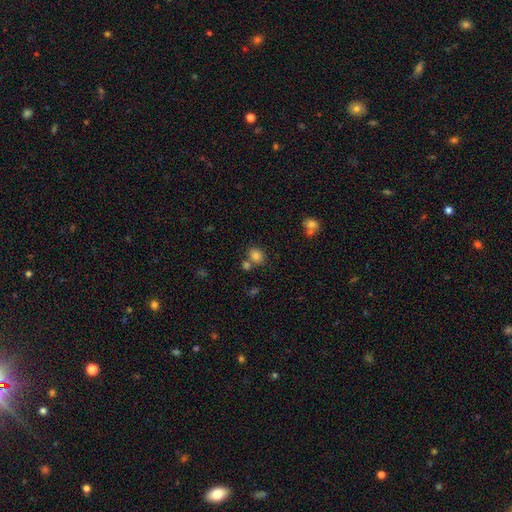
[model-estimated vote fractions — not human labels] Smooth or featured: smooth — 82% (star or artifact — 12%)
How rounded: round — 50% (in between — 49%)
Merging: none — 64% (merger — 21%)